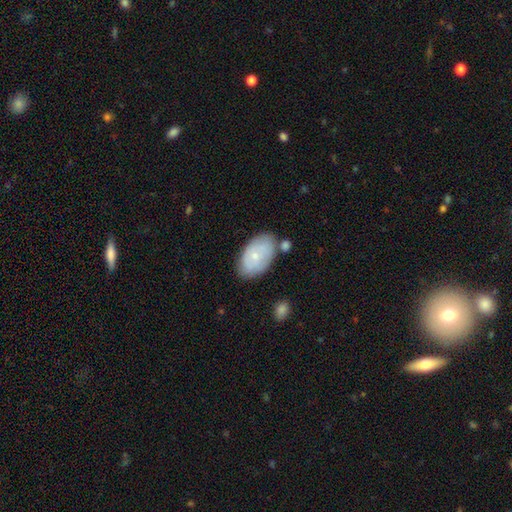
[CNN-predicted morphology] smooth_or_featured: smooth (p=0.57) [alt: featured or disk p=0.36]
how_rounded: in between (p=0.92) [alt: round p=0.07]
merging: none (p=0.69) [alt: minor disturbance p=0.20]